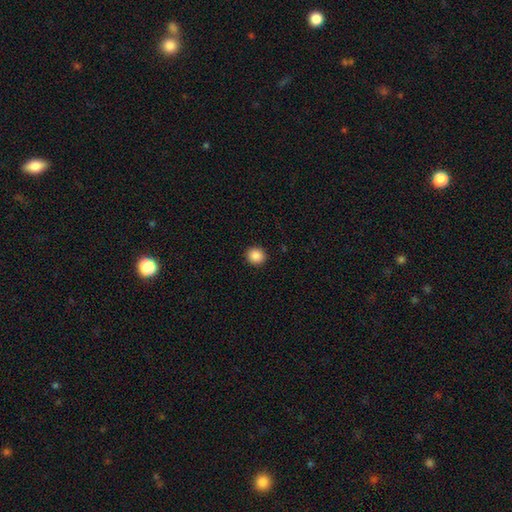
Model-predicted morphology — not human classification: This appears to be a smooth galaxy with no disk features (88%) that is round (90%). Merging: none (93%).